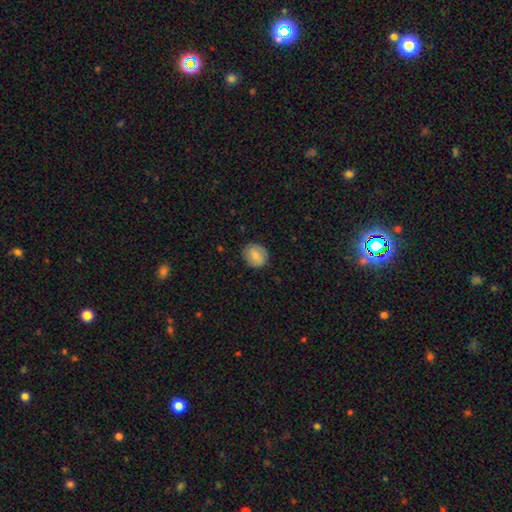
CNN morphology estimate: The model was most divided on "smooth or featured": smooth: 79%, featured or disk: 14%, star or artifact: 7%. More confident: merging — none (86%); how rounded — round (82%).